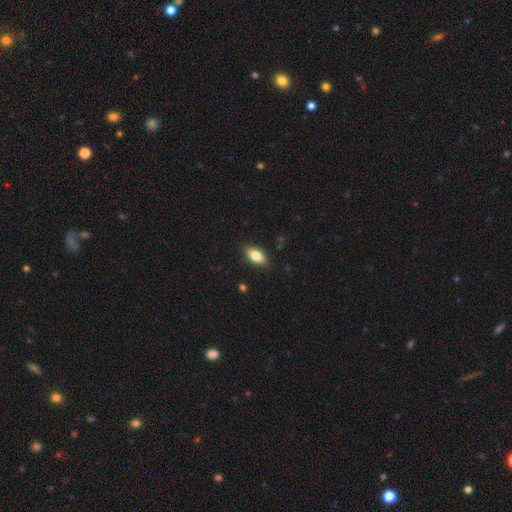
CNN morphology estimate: smooth 75%, featured or disk 17%, star or artifact 7%. Down the decision tree: how rounded — in between (85%); merging — none (85%).